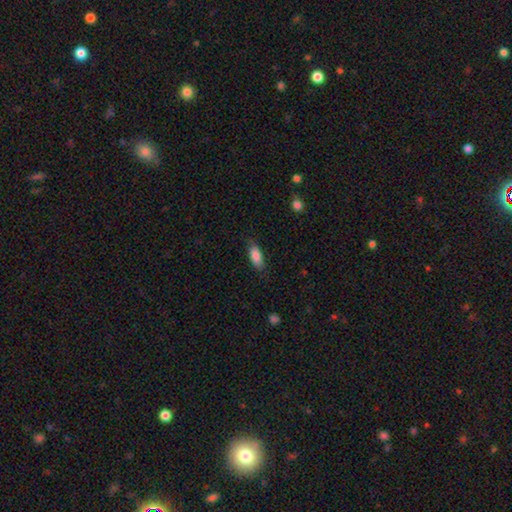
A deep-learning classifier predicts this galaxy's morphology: smooth-or-featured: smooth: 86% | featured or disk: 7% | star or artifact: 7%
  how-rounded: in between: 79% | cigar-shaped: 19% | round: 2%
  merging: none: 80% | minor disturbance: 15% | major disturbance: 3% | merger: 1%